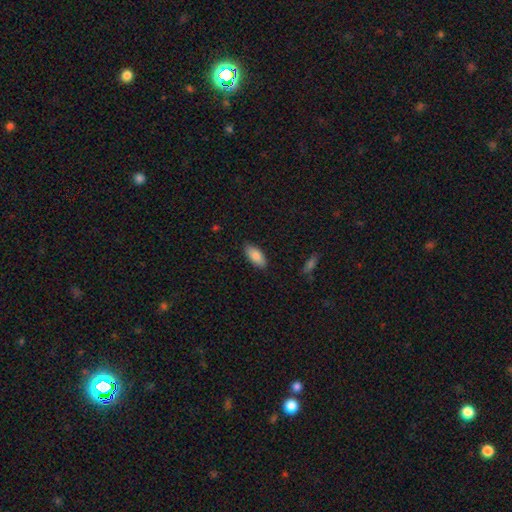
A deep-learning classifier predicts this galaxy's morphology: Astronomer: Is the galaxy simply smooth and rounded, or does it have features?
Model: smooth — 85%.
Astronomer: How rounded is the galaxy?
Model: in between — 88%.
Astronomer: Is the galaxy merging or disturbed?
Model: none — 86%.